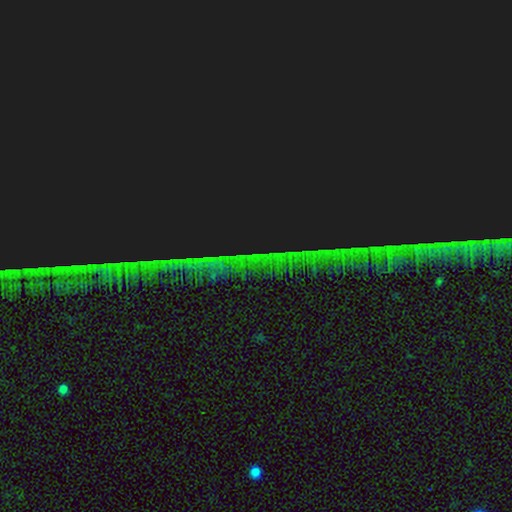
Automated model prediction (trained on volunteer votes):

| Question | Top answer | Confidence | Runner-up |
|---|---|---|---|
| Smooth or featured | star or artifact | 85% | smooth (8%) |